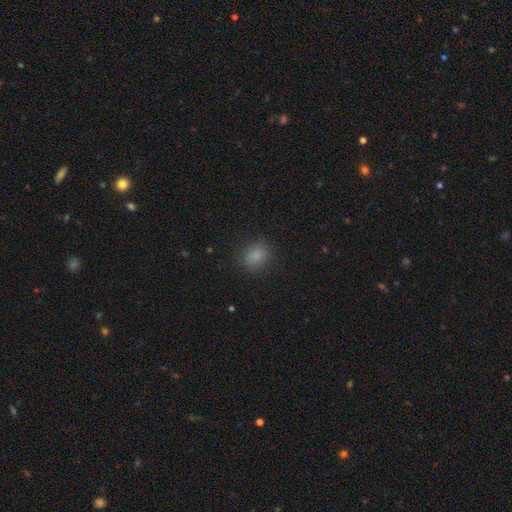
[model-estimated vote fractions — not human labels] This appears to be a smooth galaxy with no disk features (83%) that is round (59%). Merging: none (85%).